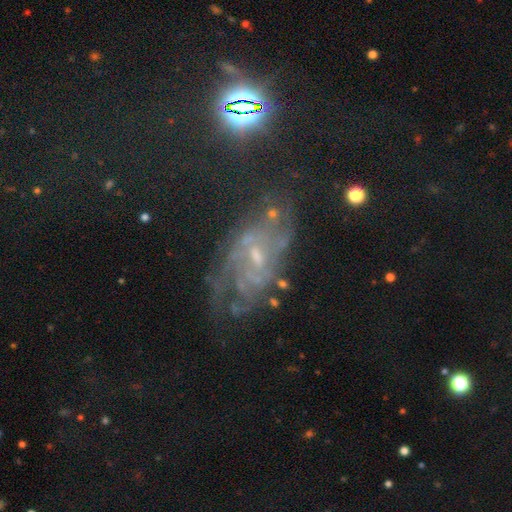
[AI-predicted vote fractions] The model was most divided on "bar": no: 48%, weak: 42%, strong: 10%. More confident: edge-on disk — no (94%); spiral arms — yes (77%); smooth or featured — featured or disk (68%); bulge size — small (67%); merging — none (55%).